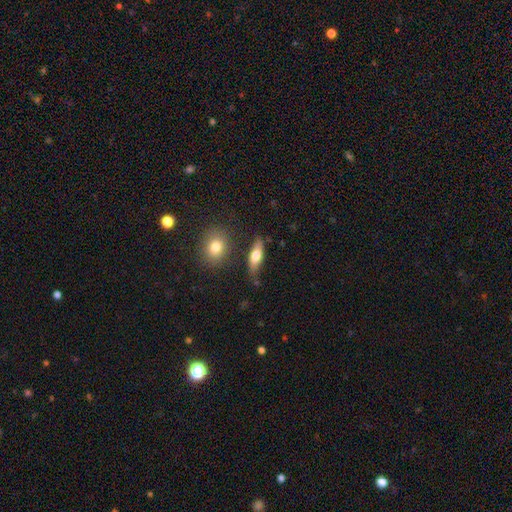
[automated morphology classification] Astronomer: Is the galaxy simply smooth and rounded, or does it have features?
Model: smooth — 67%.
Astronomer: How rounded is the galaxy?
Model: in between — 62%.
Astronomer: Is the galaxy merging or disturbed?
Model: none — 74%.